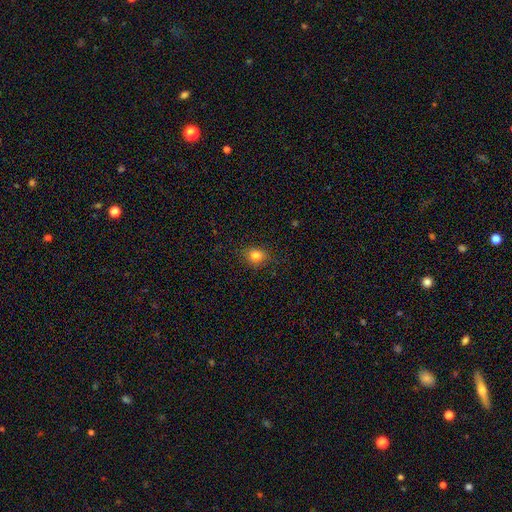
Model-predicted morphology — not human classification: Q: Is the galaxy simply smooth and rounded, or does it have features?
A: smooth — 81%.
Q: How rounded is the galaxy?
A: round — 65%.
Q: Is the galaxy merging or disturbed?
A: none — 85%.